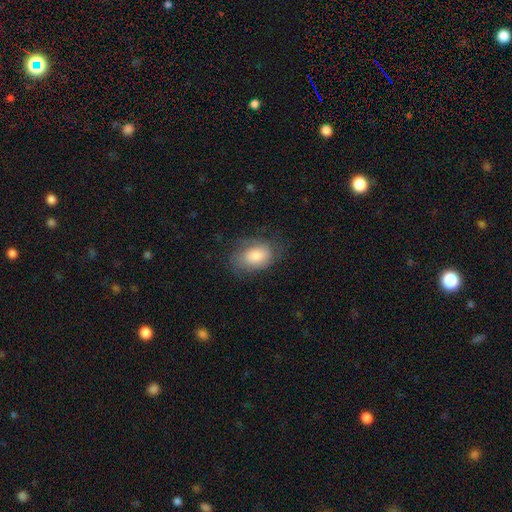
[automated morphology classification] Smooth or featured: smooth — 75% (featured or disk — 18%)
How rounded: in between — 78% (round — 21%)
Merging: none — 68% (minor disturbance — 22%)